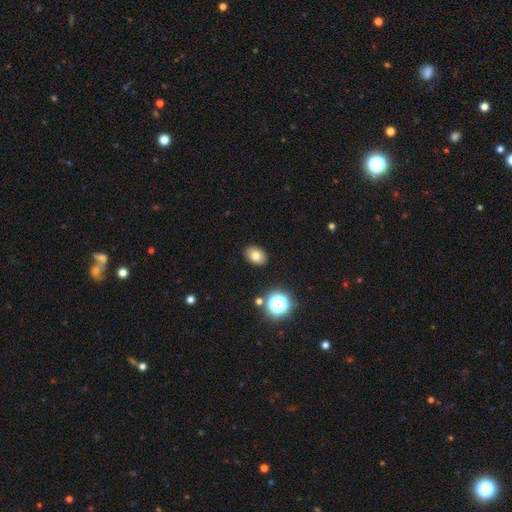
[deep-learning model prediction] smooth 76%, star or artifact 12%, featured or disk 11%. Down the decision tree: how rounded — in between (75%); merging — none (88%).